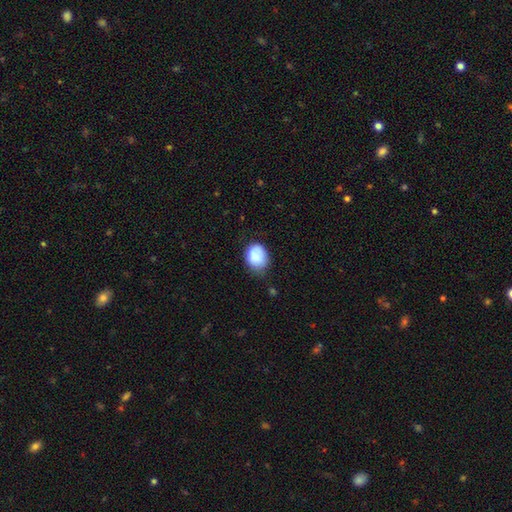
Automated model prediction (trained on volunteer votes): Smooth or featured? smooth (85%)
How rounded? in between (56%)
Merging? none (59%)